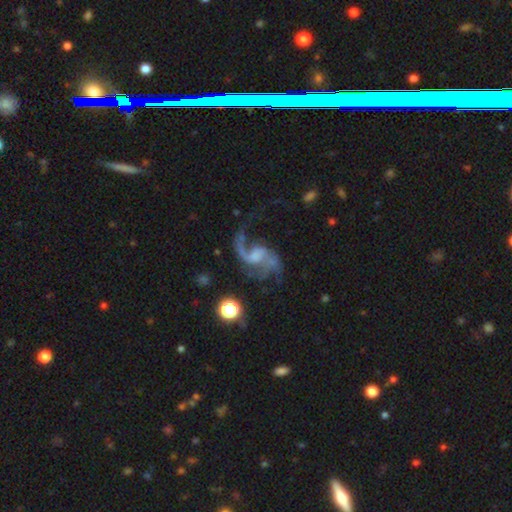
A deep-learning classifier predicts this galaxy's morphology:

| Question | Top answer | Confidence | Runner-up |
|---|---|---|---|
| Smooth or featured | featured or disk | 87% | star or artifact (7%) |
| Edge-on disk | no | 98% | yes (2%) |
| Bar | weak | 46% | no (41%) |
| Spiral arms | yes | 96% | no (4%) |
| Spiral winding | loose | 70% | medium (25%) |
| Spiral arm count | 2 | 84% | 1 (6%) |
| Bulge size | small | 39% | none (30%) |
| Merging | none | 54% | major disturbance (24%) |